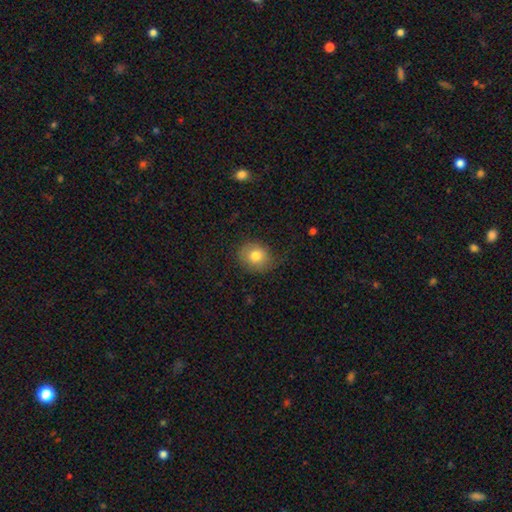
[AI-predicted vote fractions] The model was most divided on "merging": none: 65%, minor disturbance: 23%, major disturbance: 10%, merger: 1%. More confident: smooth or featured — smooth (76%); how rounded — round (75%).